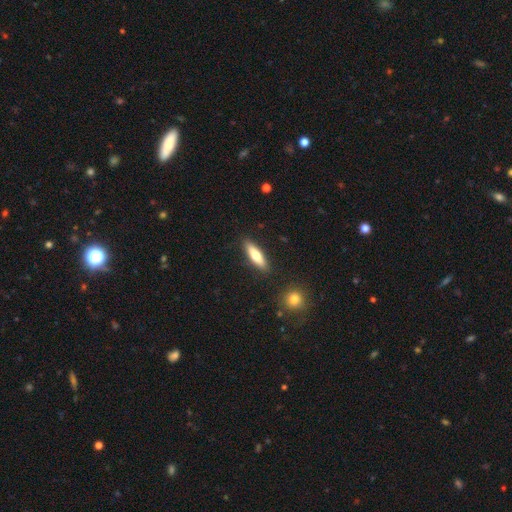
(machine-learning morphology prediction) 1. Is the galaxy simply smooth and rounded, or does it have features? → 65% smooth, 29% featured or disk, 6% star or artifact.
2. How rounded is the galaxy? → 65% cigar-shaped, 33% in between, 2% round.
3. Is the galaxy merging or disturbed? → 88% none, 8% minor disturbance, 2% merger, 2% major disturbance.